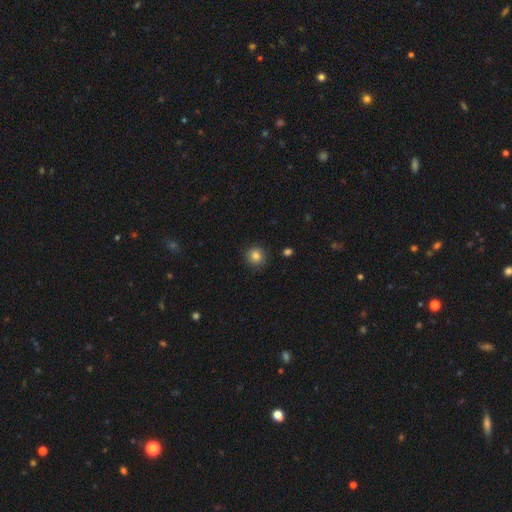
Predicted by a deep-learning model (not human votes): Morphology: type=smooth (83%); roundness=round (90%); merging=none (88%).